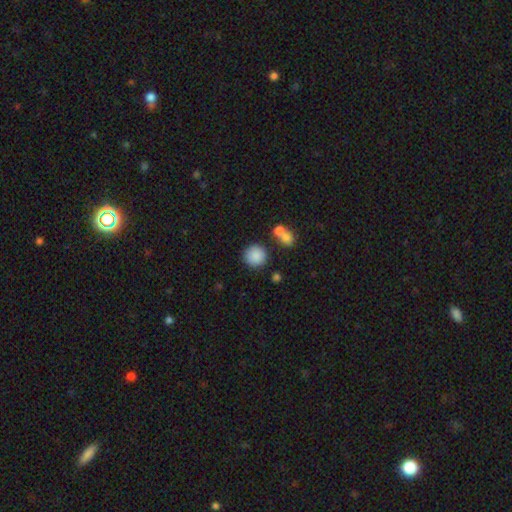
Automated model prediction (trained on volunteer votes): Smooth or featured? Predicted: smooth (p=0.86). How rounded? Predicted: round (p=0.93). Merging? Predicted: none (p=0.80).